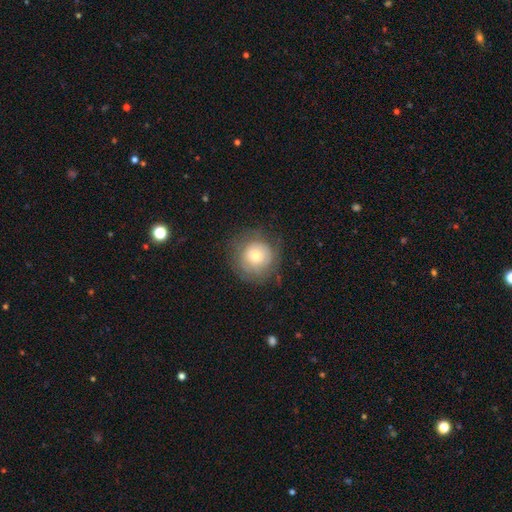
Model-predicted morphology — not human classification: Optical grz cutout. It shows a smooth galaxy with no disk features (61%) that is round (93%). Merging: none (75%).